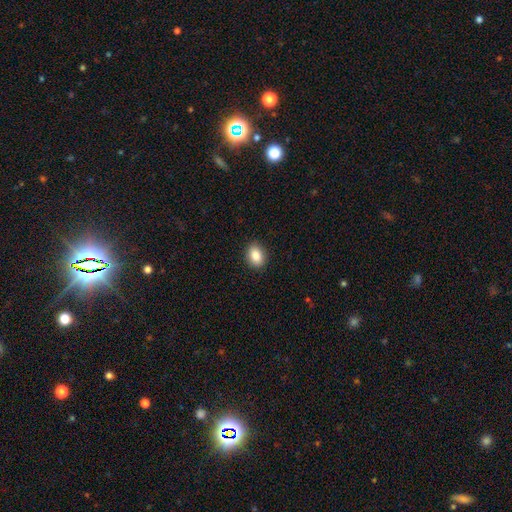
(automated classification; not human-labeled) smooth_or_featured: smooth (p=0.86) [alt: star or artifact p=0.08]
how_rounded: in between (p=0.73) [alt: round p=0.26]
merging: none (p=0.90) [alt: minor disturbance p=0.07]